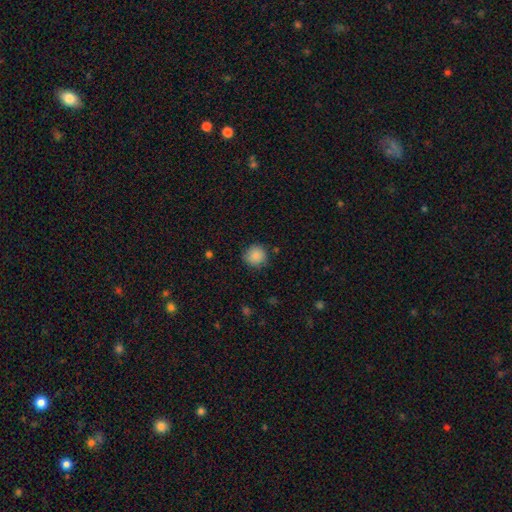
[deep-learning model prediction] This is clearly a smooth galaxy (87%). How rounded: clearly round (93%). Merging: clearly none (83%).